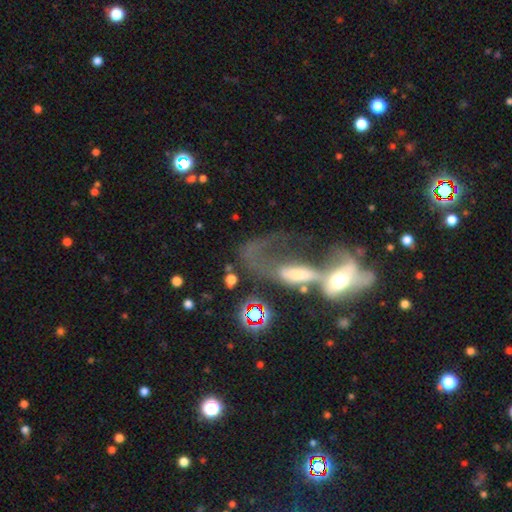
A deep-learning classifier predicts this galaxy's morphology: smooth_or_featured: featured or disk (p=0.59) [alt: smooth p=0.26]
disk_edge_on: no (p=0.87) [alt: yes p=0.13]
bar: no (p=0.67) [alt: weak p=0.22]
has_spiral_arms: yes (p=0.51) [alt: no p=0.49]
bulge_size: moderate (p=0.49) [alt: small p=0.24]
merging: merger (p=0.67) [alt: major disturbance p=0.21]